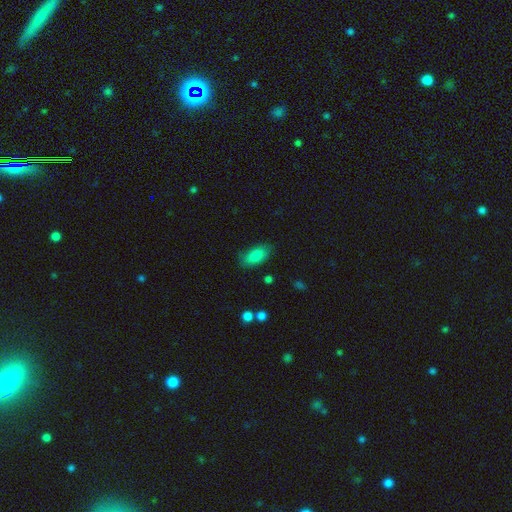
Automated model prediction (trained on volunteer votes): smooth 85%, featured or disk 8%, star or artifact 7%. Down the decision tree: how rounded — in between (90%); merging — none (81%).